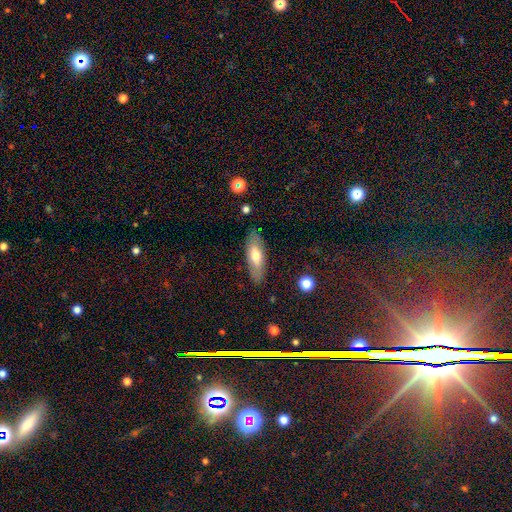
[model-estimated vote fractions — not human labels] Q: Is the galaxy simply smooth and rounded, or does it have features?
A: smooth — 60%.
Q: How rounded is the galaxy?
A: in between — 66%.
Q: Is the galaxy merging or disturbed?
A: none — 83%.